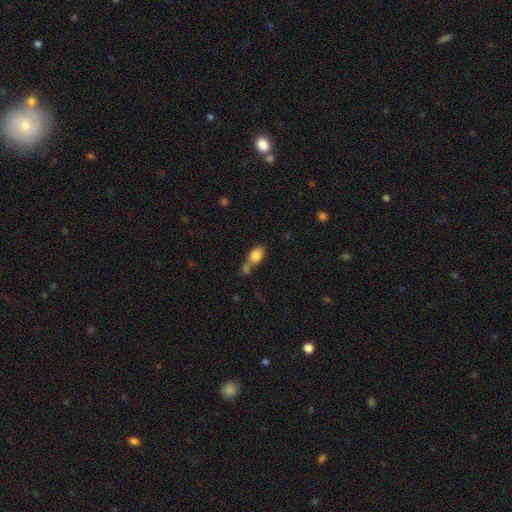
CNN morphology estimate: type=smooth (81%); roundness=in between (71%); merging=merger (51%).